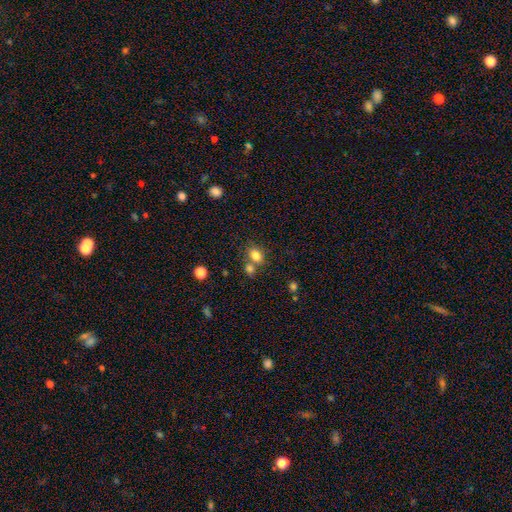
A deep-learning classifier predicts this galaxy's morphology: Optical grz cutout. It shows a smooth galaxy with no disk features (81%) that is in between round and cigar-shaped (67%). Merging: none (51%).